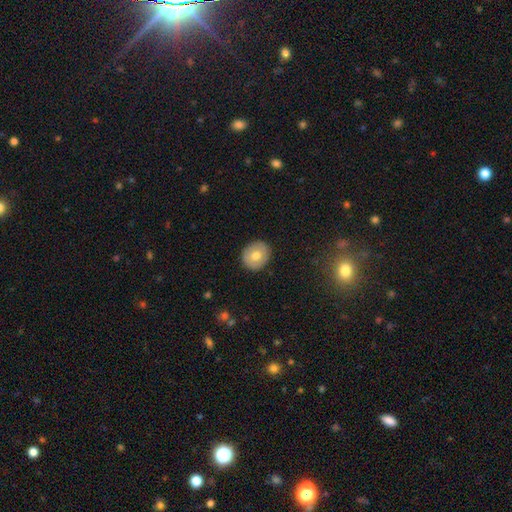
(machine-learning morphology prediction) Smooth or featured?
  - smooth: 67% *
  - featured or disk: 25%
  - star or artifact: 8%
How rounded?
  - round: 79% *
  - in between: 21%
  - cigar-shaped: 1%
Merging?
  - none: 89% *
  - minor disturbance: 8%
  - major disturbance: 2%
  - merger: 1%